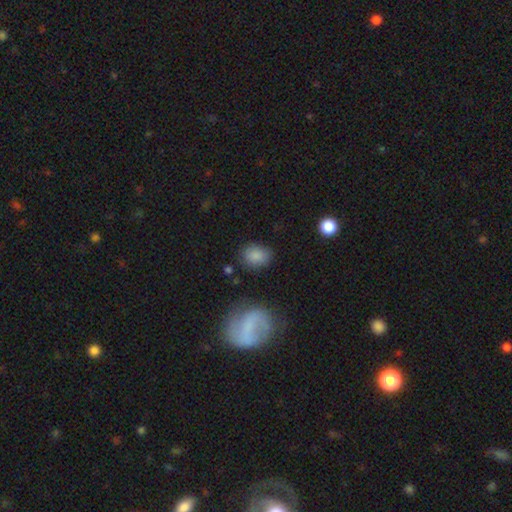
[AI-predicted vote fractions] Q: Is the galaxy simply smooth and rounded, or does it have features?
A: smooth — 85%.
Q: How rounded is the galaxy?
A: in between — 67%.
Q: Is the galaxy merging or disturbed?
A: none — 78%.